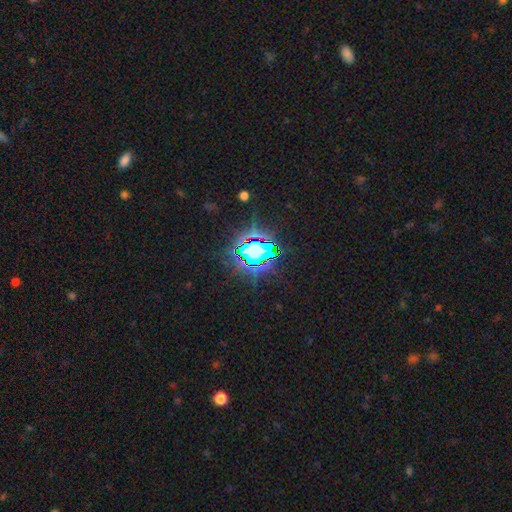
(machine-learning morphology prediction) Smooth or featured? star or artifact (84%)